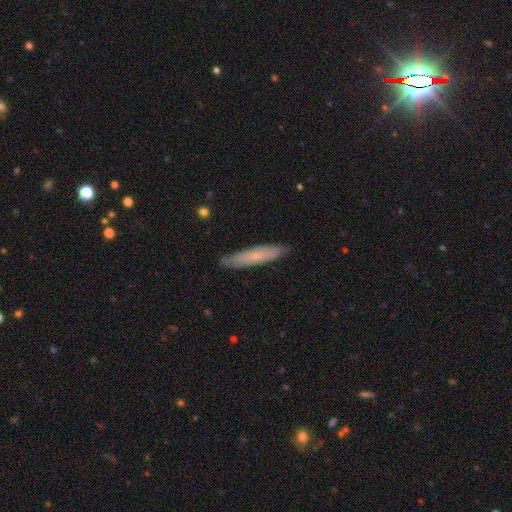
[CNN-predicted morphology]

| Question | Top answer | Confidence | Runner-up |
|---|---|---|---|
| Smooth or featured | smooth | 54% | featured or disk (39%) |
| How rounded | cigar-shaped | 87% | in between (12%) |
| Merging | none | 86% | minor disturbance (11%) |